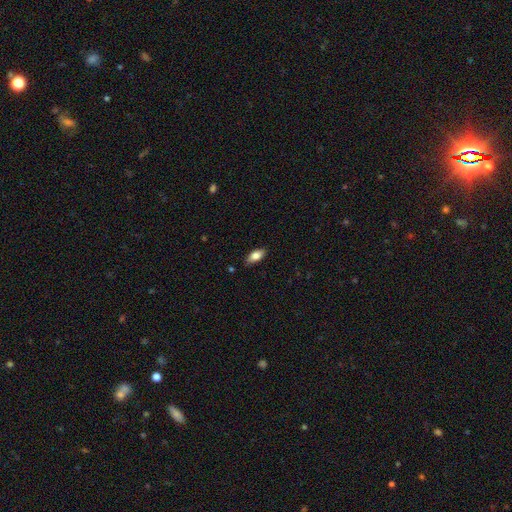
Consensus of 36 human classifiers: Smooth or featured? 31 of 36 (86%) said smooth. How rounded? 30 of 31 (97%) said in between. Merging? 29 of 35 (83%) said none.